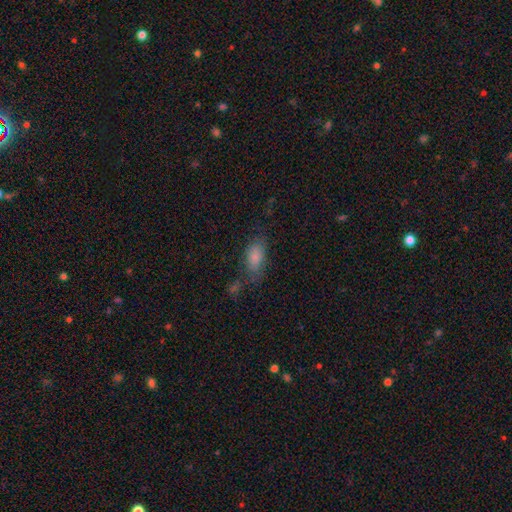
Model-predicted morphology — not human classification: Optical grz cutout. It shows a smooth galaxy with no disk features (72%) that is in between round and cigar-shaped (83%). Merging: none (58%).